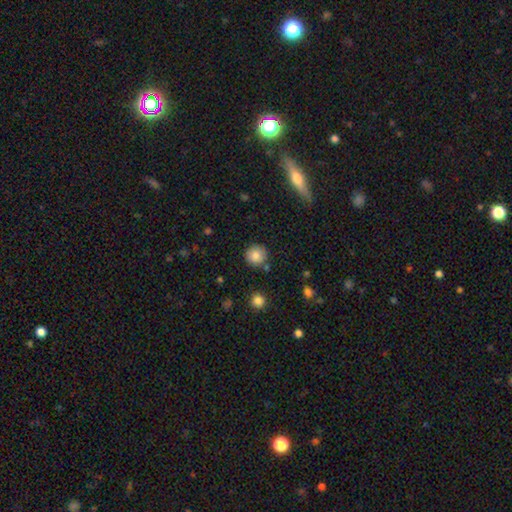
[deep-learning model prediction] smooth-or-featured: smooth: 83% | star or artifact: 10% | featured or disk: 7%
  how-rounded: round: 94% | in between: 5% | cigar-shaped: 1%
  merging: none: 85% | minor disturbance: 8% | merger: 4% | major disturbance: 2%